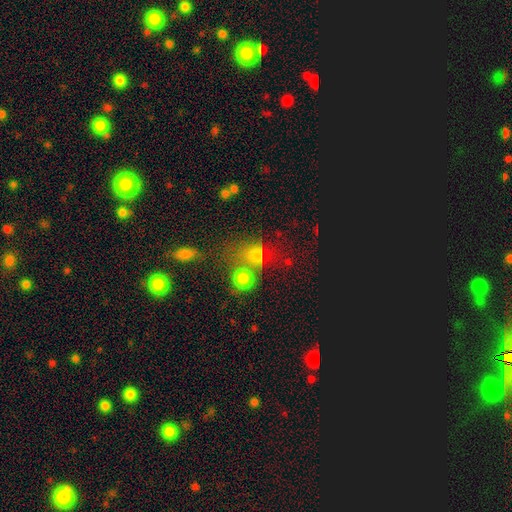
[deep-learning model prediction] Smooth or featured? smooth (72%)
How rounded? round (68%)
Merging? none (44%)